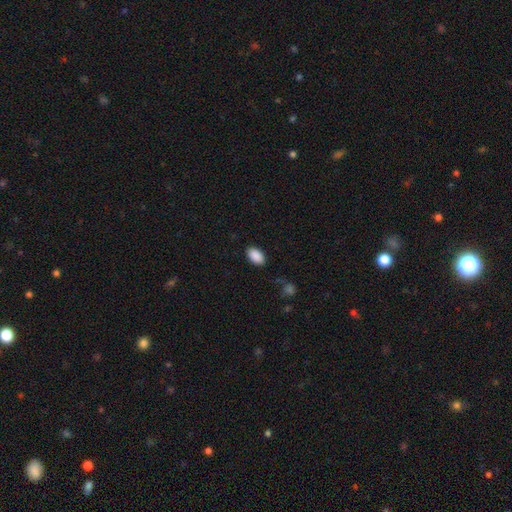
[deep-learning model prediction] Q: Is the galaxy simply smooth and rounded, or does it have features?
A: smooth — 90%.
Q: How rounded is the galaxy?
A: in between — 93%.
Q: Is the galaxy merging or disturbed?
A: none — 87%.